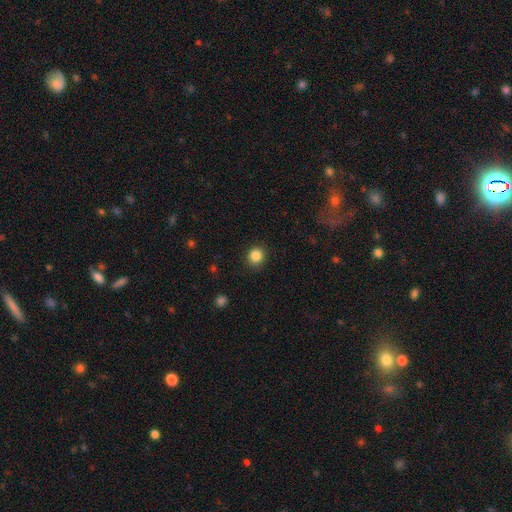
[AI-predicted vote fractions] smooth 85%, star or artifact 11%, featured or disk 4%. Down the decision tree: how rounded — round (90%); merging — none (90%).